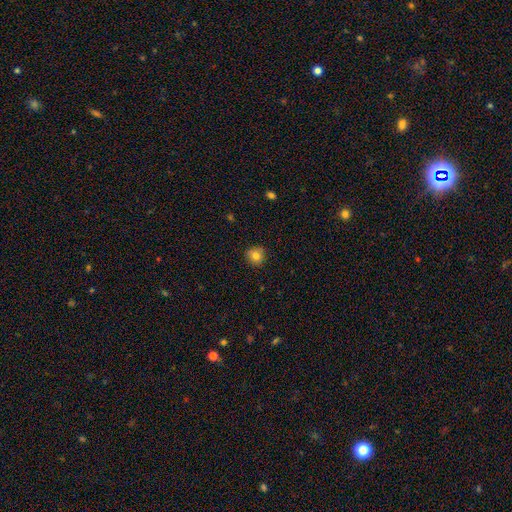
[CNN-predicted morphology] This appears to be a smooth galaxy with no disk features (80%) that is round (90%). Merging: none (84%).